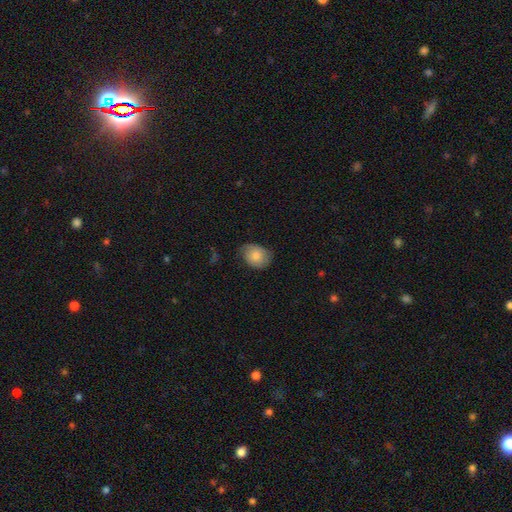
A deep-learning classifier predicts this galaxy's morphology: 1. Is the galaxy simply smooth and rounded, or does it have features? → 77% smooth, 16% featured or disk, 7% star or artifact.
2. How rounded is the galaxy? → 60% in between, 39% round, 1% cigar-shaped.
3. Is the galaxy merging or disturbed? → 62% none, 29% minor disturbance, 7% major disturbance, 1% merger.